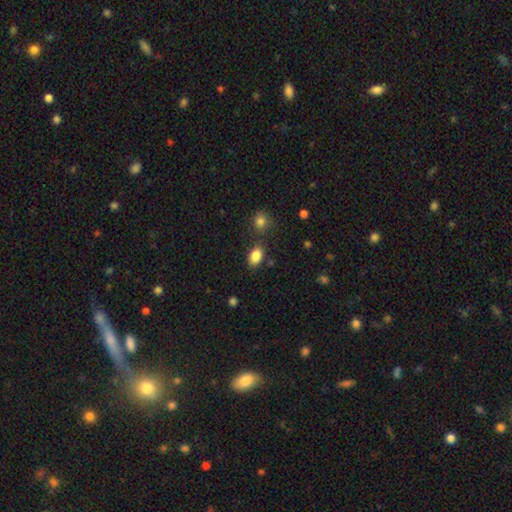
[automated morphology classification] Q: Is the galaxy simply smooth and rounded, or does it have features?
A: smooth — 86%.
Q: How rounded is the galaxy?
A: in between — 84%.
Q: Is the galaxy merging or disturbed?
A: none — 78%.